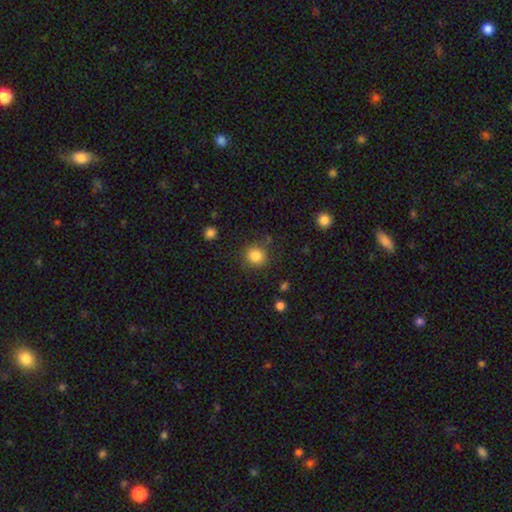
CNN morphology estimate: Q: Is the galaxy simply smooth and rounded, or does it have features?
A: smooth — 85%.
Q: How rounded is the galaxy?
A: round — 89%.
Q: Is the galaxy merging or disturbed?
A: none — 82%.